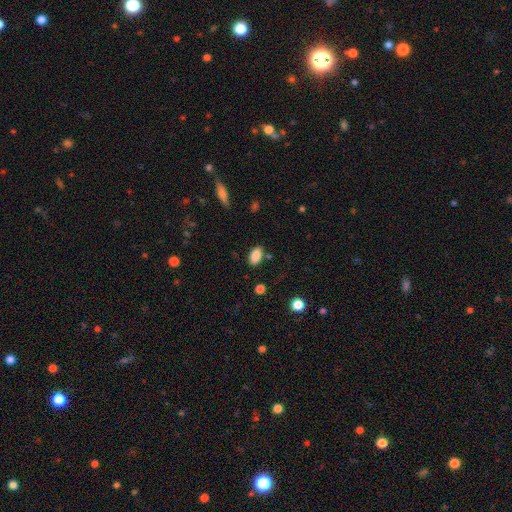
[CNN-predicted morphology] type=smooth (87%); roundness=in between (92%); merging=none (83%).